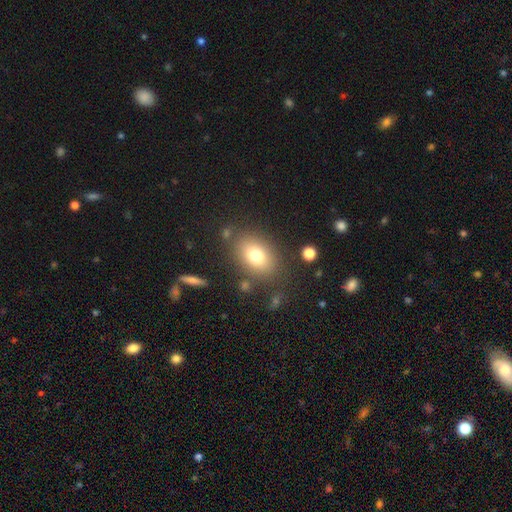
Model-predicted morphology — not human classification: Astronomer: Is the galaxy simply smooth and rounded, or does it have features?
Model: smooth — 76%.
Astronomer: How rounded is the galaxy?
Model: in between — 73%.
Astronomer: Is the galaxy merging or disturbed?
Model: none — 79%.